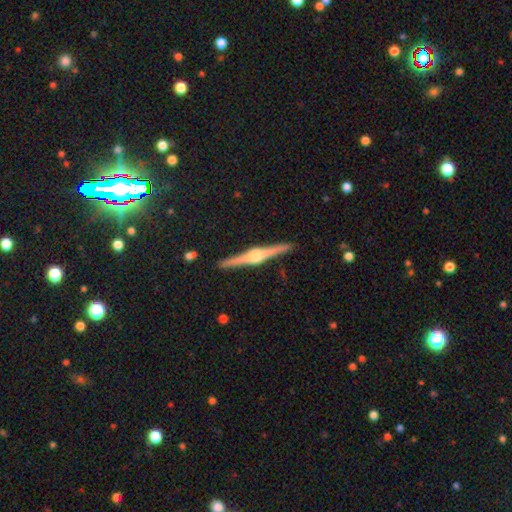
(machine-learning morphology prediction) Smooth or featured: featured or disk — 86% (smooth — 9%)
Edge-on disk: yes — 99% (no — 1%)
Edge-on bulge: rounded — 93% (boxy — 5%)
Merging: none — 92% (minor disturbance — 5%)